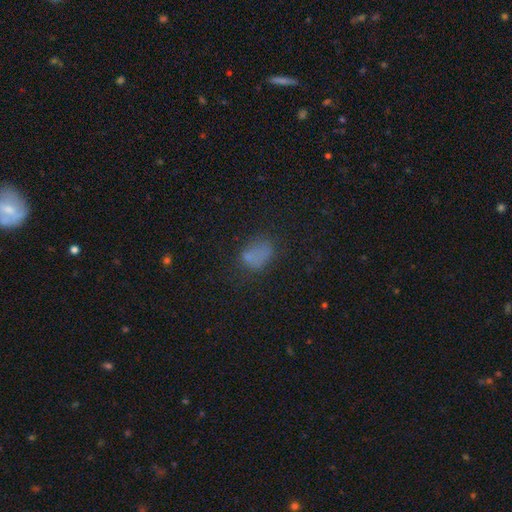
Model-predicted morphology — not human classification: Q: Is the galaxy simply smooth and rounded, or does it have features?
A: smooth — 65%.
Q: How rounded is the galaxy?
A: in between — 77%.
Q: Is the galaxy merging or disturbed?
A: none — 52%.